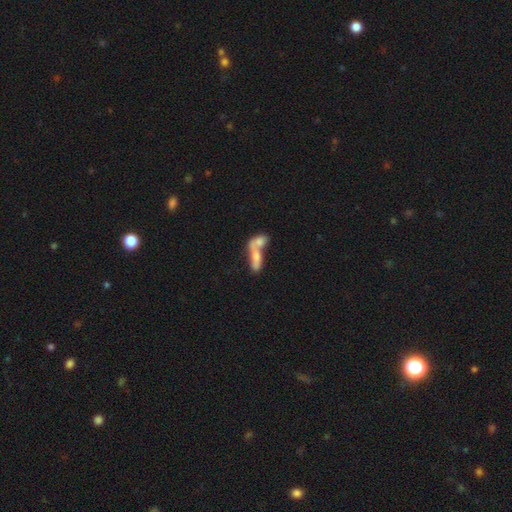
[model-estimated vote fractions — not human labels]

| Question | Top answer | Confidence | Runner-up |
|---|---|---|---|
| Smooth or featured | smooth | 61% | featured or disk (30%) |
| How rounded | in between | 65% | cigar-shaped (28%) |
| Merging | merger | 76% | none (13%) |